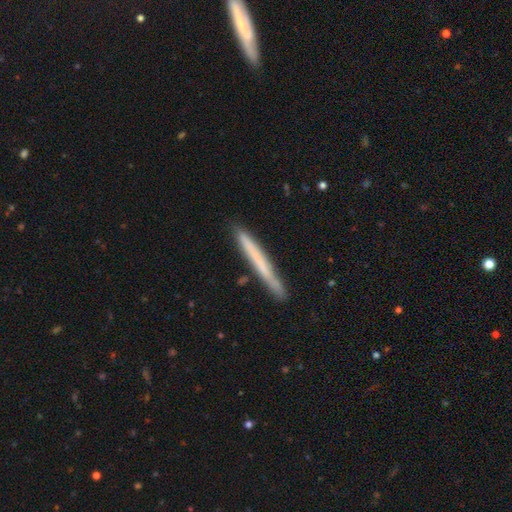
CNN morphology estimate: Smooth or featured: smooth — 58% (featured or disk — 36%)
How rounded: cigar-shaped — 97% (in between — 2%)
Merging: none — 87% (minor disturbance — 10%)